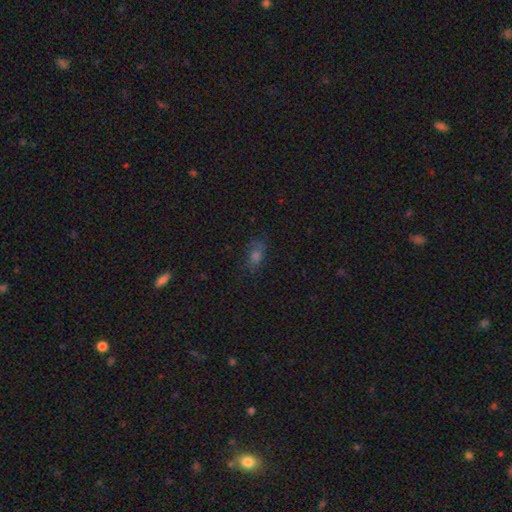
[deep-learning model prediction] Smooth or featured? Predicted: smooth (p=0.58). How rounded? Predicted: in between (p=0.74). Merging? Predicted: none (p=0.73).